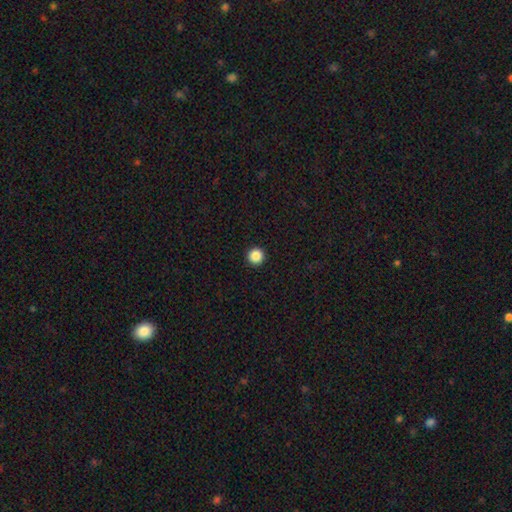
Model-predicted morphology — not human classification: smooth-or-featured: smooth: 87% | star or artifact: 10% | featured or disk: 3%
  how-rounded: round: 97% | in between: 2% | cigar-shaped: 1%
  merging: none: 94% | minor disturbance: 4% | major disturbance: 1% | merger: 1%